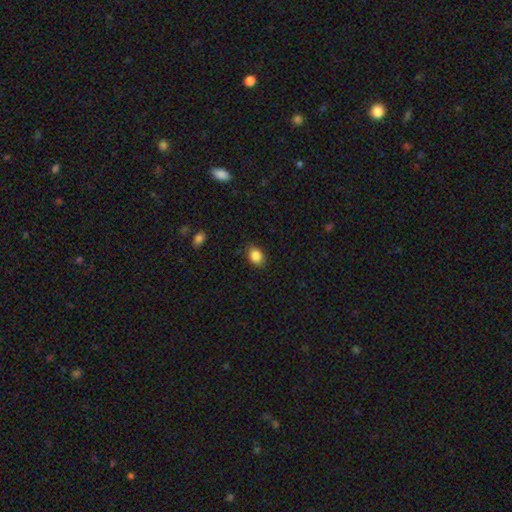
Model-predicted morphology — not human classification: Smooth or featured? smooth (87%)
How rounded? in between (63%)
Merging? none (83%)